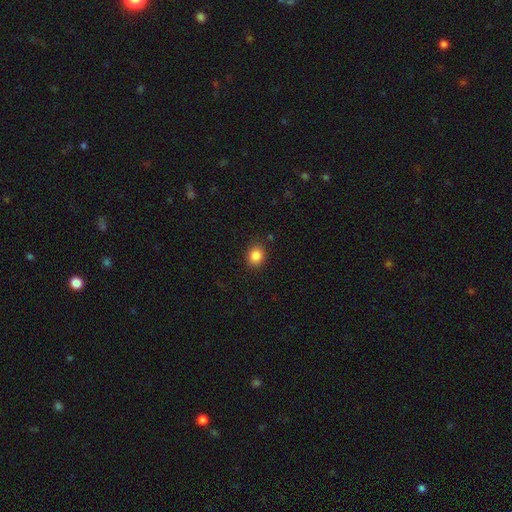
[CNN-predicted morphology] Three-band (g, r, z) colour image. It shows a smooth galaxy with no disk features (86%) that is round (66%). Merging: none (86%).